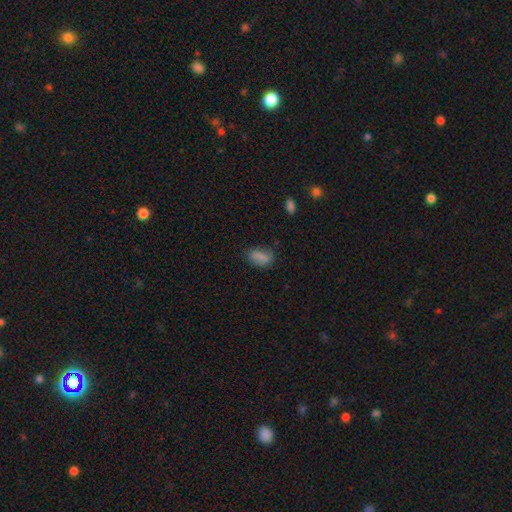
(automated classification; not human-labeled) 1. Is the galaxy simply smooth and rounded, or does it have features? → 77% smooth, 12% star or artifact, 11% featured or disk.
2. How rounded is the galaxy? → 84% in between, 9% cigar-shaped, 7% round.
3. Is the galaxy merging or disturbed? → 67% none, 22% minor disturbance, 7% major disturbance, 3% merger.